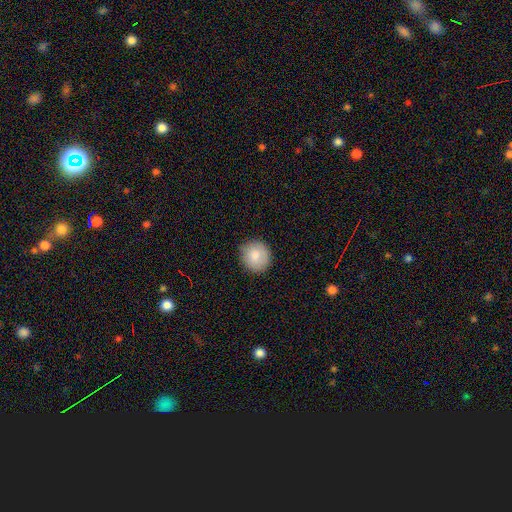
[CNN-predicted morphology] A smooth galaxy with no disk features (85%) that is round (90%).

Vote fractions:
- Smooth or featured? smooth: 85% / featured or disk: 8% / star or artifact: 7%
- How rounded? round: 90% / in between: 9% / cigar-shaped: 1%
- Merging? none: 86% / minor disturbance: 11% / major disturbance: 2% / merger: 1%